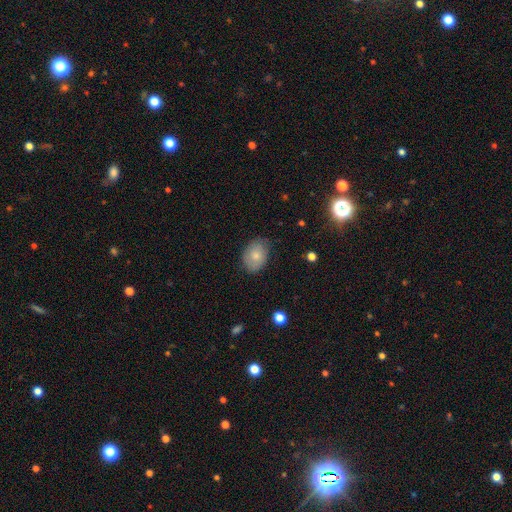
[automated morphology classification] The model was most divided on "how rounded": in between: 74%, round: 25%, cigar-shaped: 1%. More confident: smooth or featured — smooth (77%); merging — none (75%).